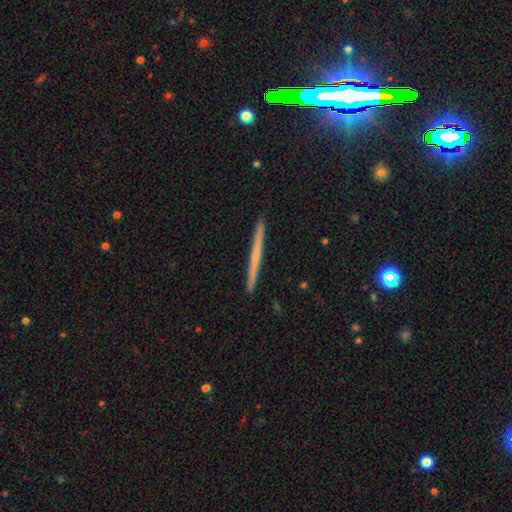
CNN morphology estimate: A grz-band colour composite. It shows a featured or disk galaxy (55%) viewed edge-on (98%) with no central bulge (79%). Merging: none (93%).